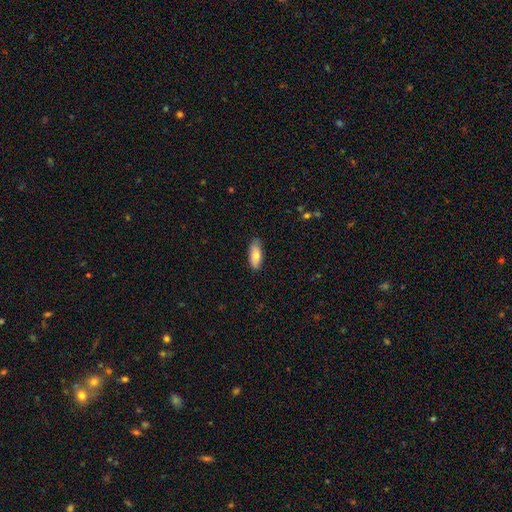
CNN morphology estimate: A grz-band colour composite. It shows a smooth galaxy with no disk features (77%) that is in between round and cigar-shaped (75%). Merging: none (85%).